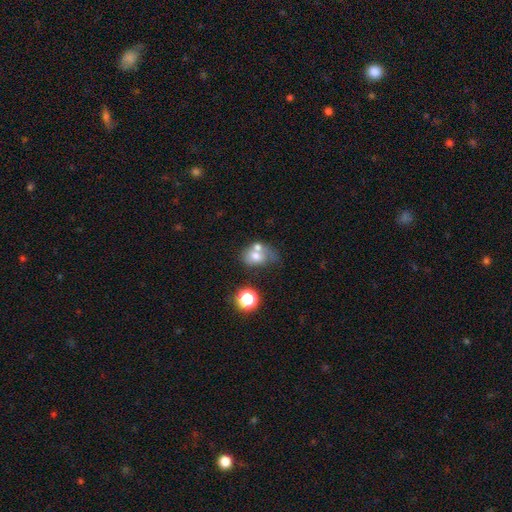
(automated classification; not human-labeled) Smooth or featured? Predicted: smooth (p=0.62). How rounded? Predicted: in between (p=0.57). Merging? Predicted: merger (p=0.49).